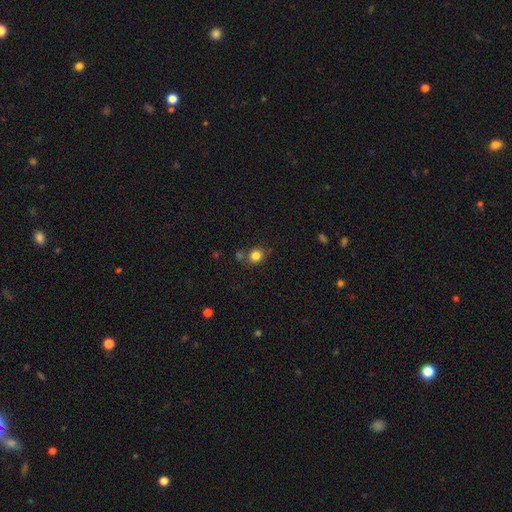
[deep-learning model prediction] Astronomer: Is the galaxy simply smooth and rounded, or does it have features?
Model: smooth — 82%.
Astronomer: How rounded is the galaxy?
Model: round — 84%.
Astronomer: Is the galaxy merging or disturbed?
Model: none — 73%.